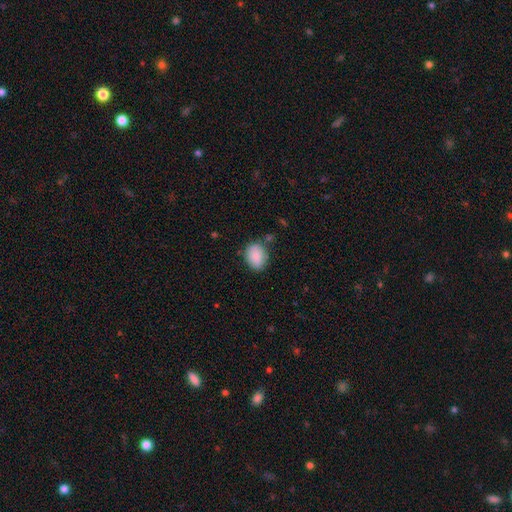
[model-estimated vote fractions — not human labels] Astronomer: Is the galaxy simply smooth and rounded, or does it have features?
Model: smooth — 87%.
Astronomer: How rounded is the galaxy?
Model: in between — 72%.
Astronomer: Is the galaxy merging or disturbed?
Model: none — 73%.